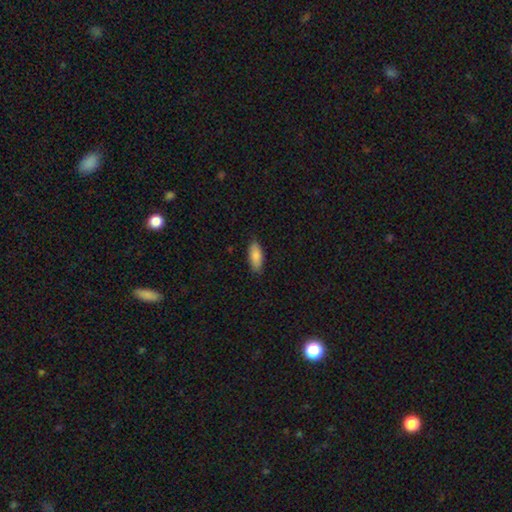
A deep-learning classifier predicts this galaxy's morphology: Q: Smooth or featured?
A: smooth (87%); runner-up: featured or disk (8%)
Q: How rounded?
A: in between (81%); runner-up: cigar-shaped (17%)
Q: Merging?
A: none (86%); runner-up: minor disturbance (11%)